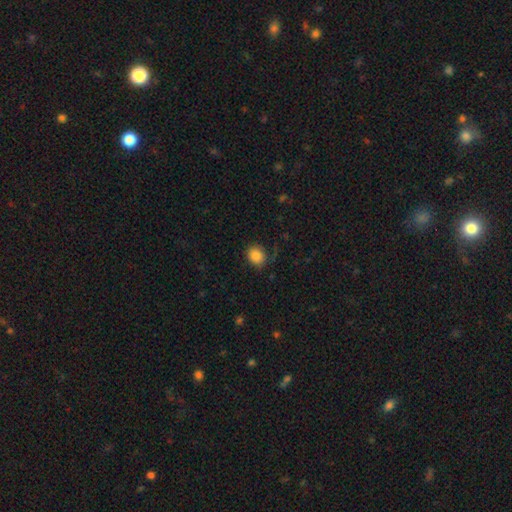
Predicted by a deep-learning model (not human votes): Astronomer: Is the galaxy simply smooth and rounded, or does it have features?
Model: smooth — 86%.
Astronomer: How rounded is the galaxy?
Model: round — 62%.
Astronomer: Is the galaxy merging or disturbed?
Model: none — 79%.